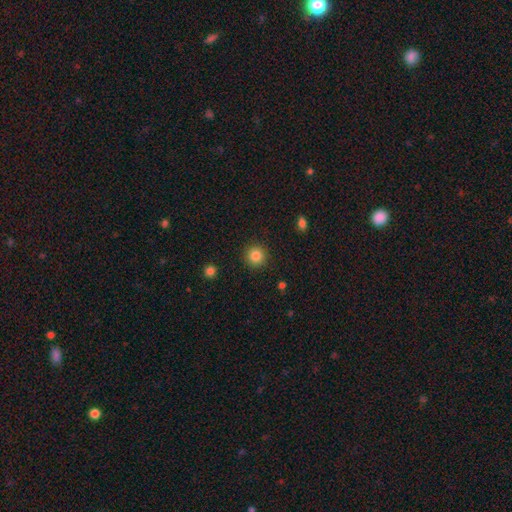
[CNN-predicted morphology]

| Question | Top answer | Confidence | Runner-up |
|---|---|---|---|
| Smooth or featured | smooth | 84% | star or artifact (11%) |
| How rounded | round | 94% | in between (5%) |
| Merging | none | 91% | minor disturbance (6%) |